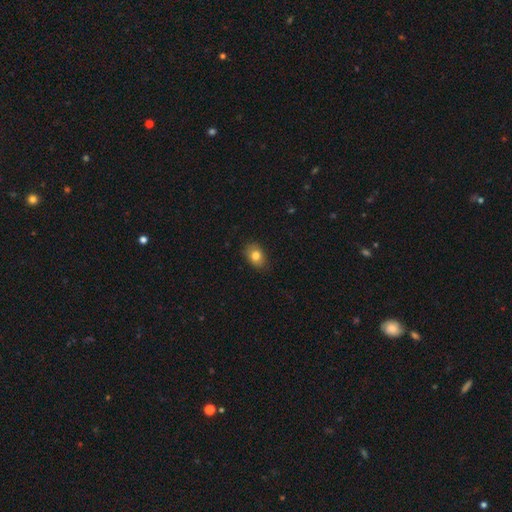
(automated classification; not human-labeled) Morphology: type=smooth (80%); roundness=in between (73%); merging=none (81%).